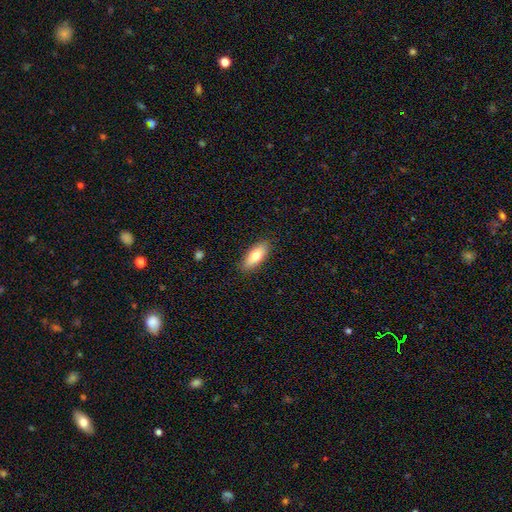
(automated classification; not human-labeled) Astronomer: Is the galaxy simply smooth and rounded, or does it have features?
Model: smooth — 74%.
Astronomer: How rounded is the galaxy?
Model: in between — 77%.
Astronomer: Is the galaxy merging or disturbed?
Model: none — 87%.